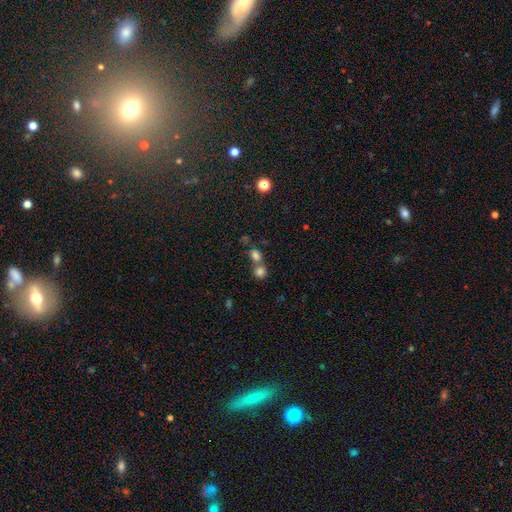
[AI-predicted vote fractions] A smooth galaxy with no disk features (76%) that is round (52%). Merging: merger (46%).